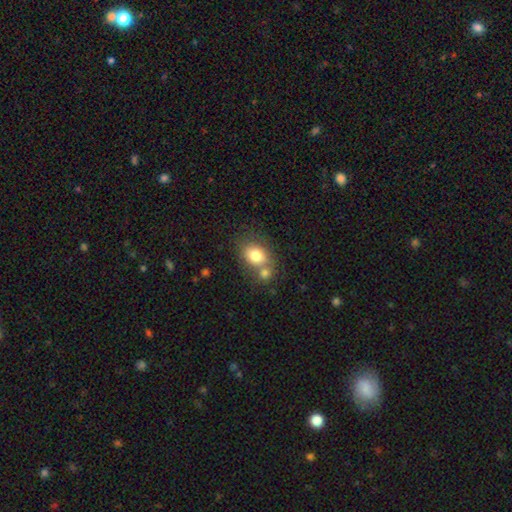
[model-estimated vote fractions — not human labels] Smooth or featured?
  - smooth: 78% *
  - featured or disk: 13%
  - star or artifact: 9%
How rounded?
  - in between: 57% *
  - round: 42%
  - cigar-shaped: 1%
Merging?
  - none: 45% *
  - merger: 39%
  - minor disturbance: 12%
  - major disturbance: 5%